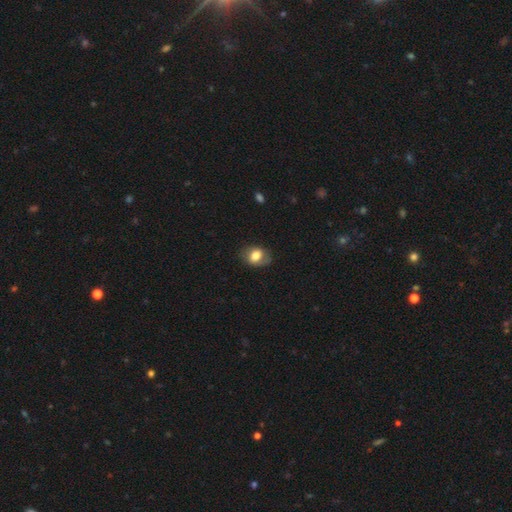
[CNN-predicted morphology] Smooth or featured? Predicted: smooth (p=0.74). How rounded? Predicted: in between (p=0.66). Merging? Predicted: none (p=0.73).